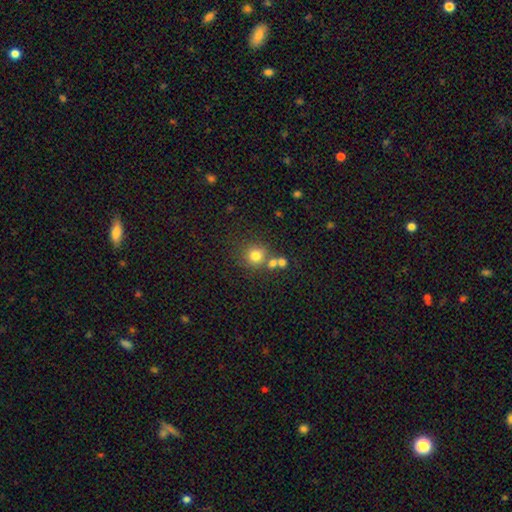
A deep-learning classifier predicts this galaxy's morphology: Smooth or featured? Predicted: smooth (p=0.77). How rounded? Predicted: round (p=0.91). Merging? Predicted: none (p=0.62).